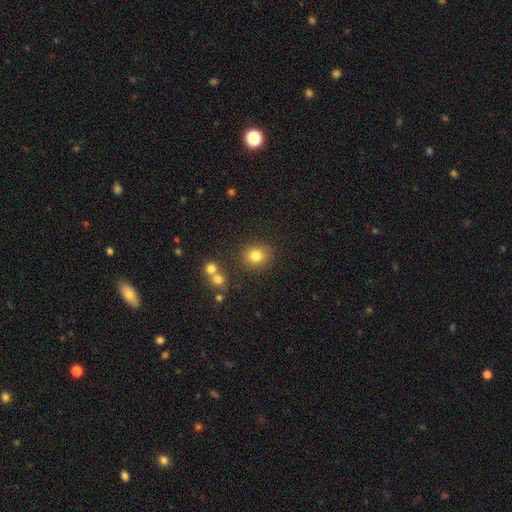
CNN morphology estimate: This is clearly a smooth galaxy (81%). How rounded: likely round (79%). Merging: clearly none (82%).